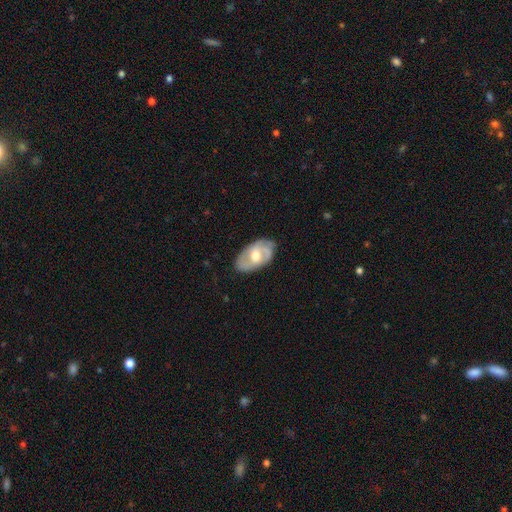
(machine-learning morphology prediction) A featured or disk galaxy (64%) with no bar (56%), spiral arms (70%) and a moderate central bulge (71%). Merging: none (72%).